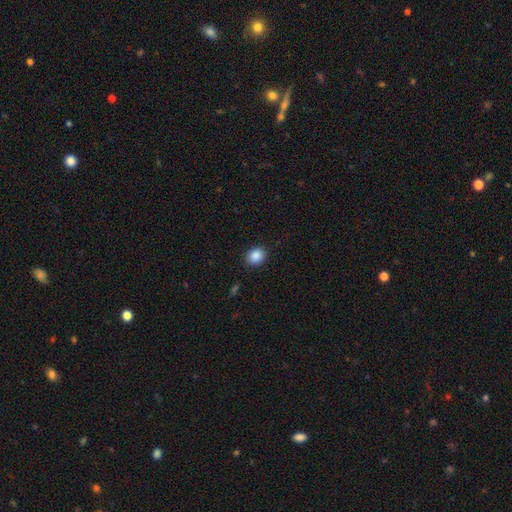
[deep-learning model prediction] smooth 88%, star or artifact 9%, featured or disk 3%. Down the decision tree: how rounded — round (58%); merging — none (89%).